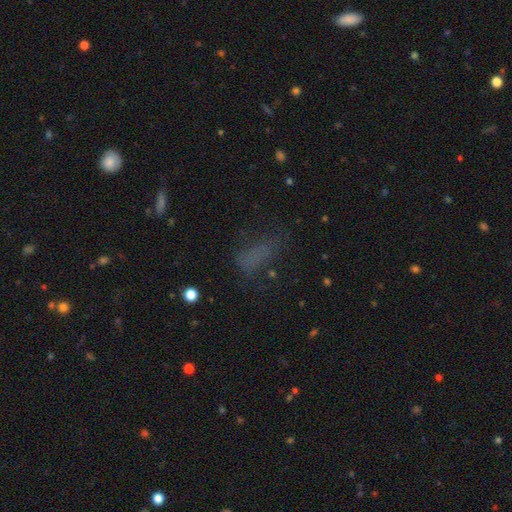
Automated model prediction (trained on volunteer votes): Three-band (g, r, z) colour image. It shows a smooth galaxy with no disk features (60%) that is in between round and cigar-shaped (67%). Merging: none (50%).